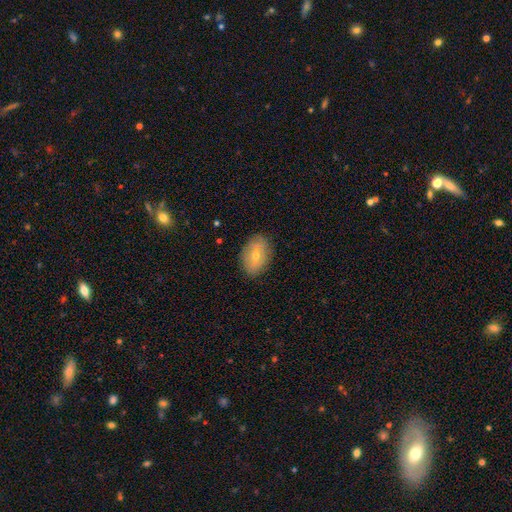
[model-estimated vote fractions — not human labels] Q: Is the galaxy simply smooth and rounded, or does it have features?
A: smooth — 51%.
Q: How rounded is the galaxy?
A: in between — 85%.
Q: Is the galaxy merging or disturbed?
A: none — 85%.